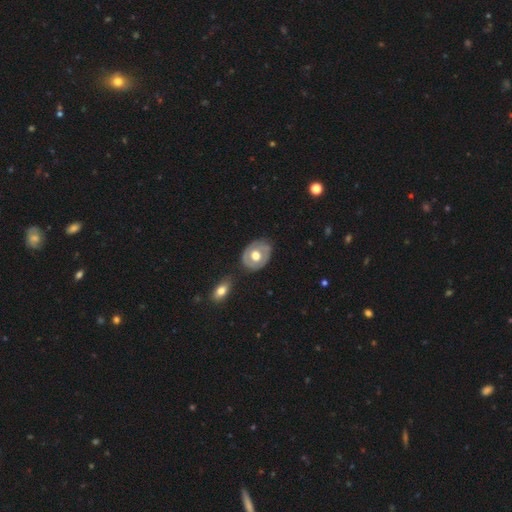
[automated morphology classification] Smooth or featured? featured or disk (56%)
Edge-on disk? no (94%)
Bar? no (82%)
Spiral arms? no (71%)
Bulge size? moderate (55%)
Merging? none (74%)